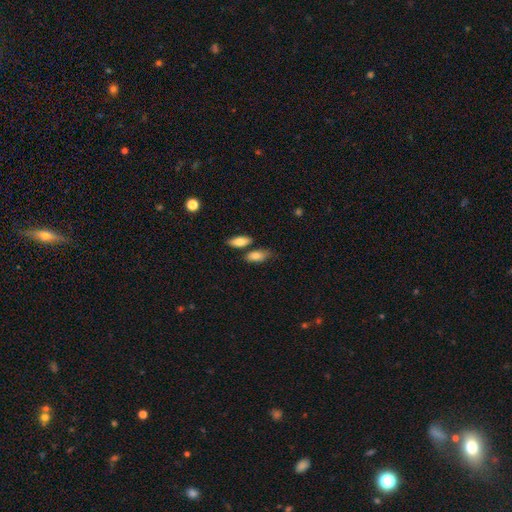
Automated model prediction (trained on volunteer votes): Smooth or featured? smooth (79%)
How rounded? in between (81%)
Merging? none (62%)